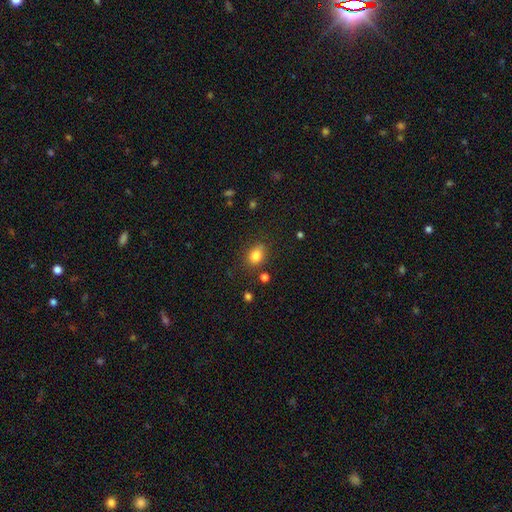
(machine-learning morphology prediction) The model was most divided on "how rounded": in between: 51%, round: 48%, cigar-shaped: 1%. More confident: smooth or featured — smooth (82%); merging — none (74%).